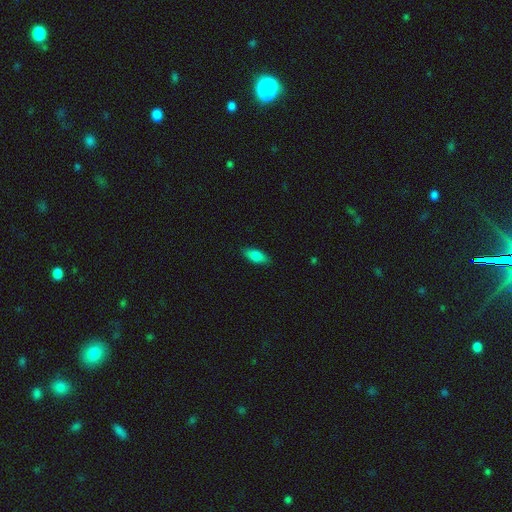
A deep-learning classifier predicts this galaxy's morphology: smooth_or_featured: smooth (p=0.82) [alt: featured or disk p=0.11]
how_rounded: in between (p=0.81) [alt: cigar-shaped p=0.17]
merging: none (p=0.86) [alt: minor disturbance p=0.11]